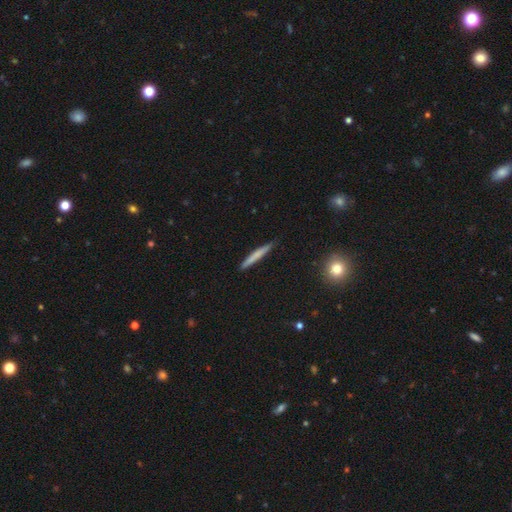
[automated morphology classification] type=smooth (69%); roundness=cigar-shaped (96%); merging=none (89%).